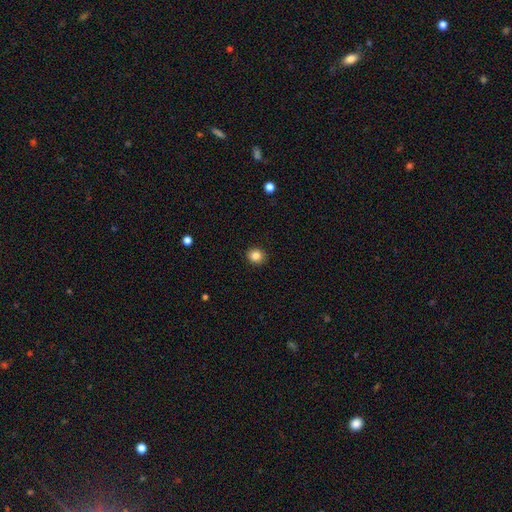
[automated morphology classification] smooth-or-featured: smooth: 85% | star or artifact: 11% | featured or disk: 4%
  how-rounded: round: 84% | in between: 15% | cigar-shaped: 1%
  merging: none: 91% | minor disturbance: 6% | major disturbance: 2% | merger: 1%